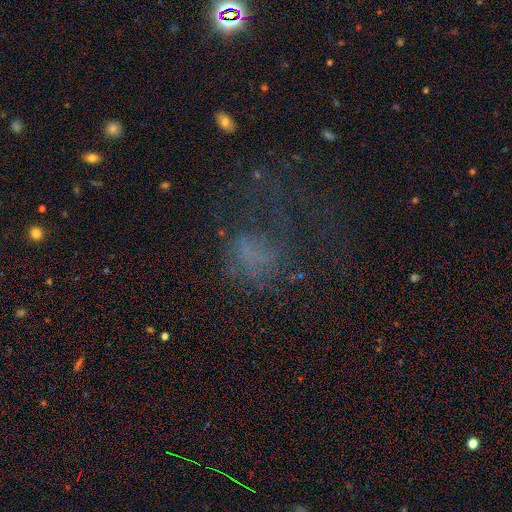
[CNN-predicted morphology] A featured or disk galaxy (34%, tied with smooth).

Vote fractions:
- Smooth or featured? featured or disk: 34% (tied) / smooth: 34% (tied) / star or artifact: 32%
- Merging? major disturbance: 47% / none: 35% / minor disturbance: 15% / merger: 3%